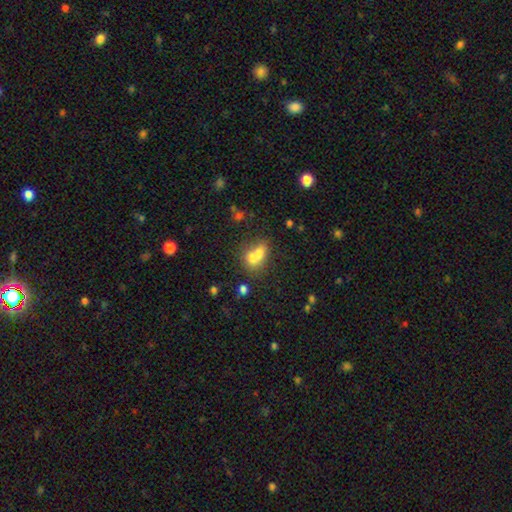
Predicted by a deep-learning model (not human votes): Smooth or featured?
  - smooth: 67% *
  - featured or disk: 21%
  - star or artifact: 12%
How rounded?
  - in between: 54% *
  - round: 44%
  - cigar-shaped: 2%
Merging?
  - merger: 68% *
  - none: 21%
  - minor disturbance: 7%
  - major disturbance: 4%